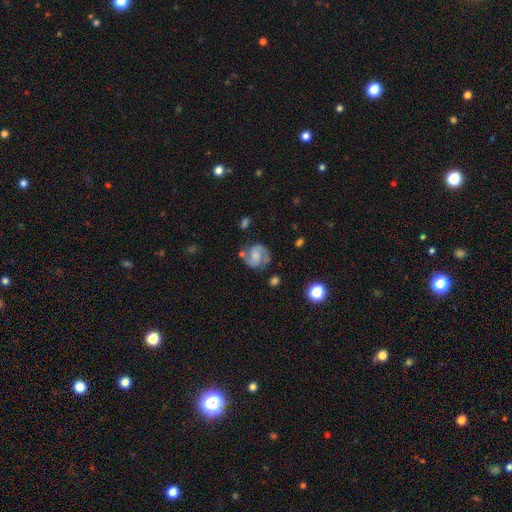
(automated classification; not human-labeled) Smooth or featured? featured or disk (79%)
Edge-on disk? no (98%)
Bar? no (48%)
Spiral arms? yes (95%)
Spiral winding? medium (53%)
Spiral arm count? 2 (89%)
Bulge size? moderate (35%)
Merging? none (68%)